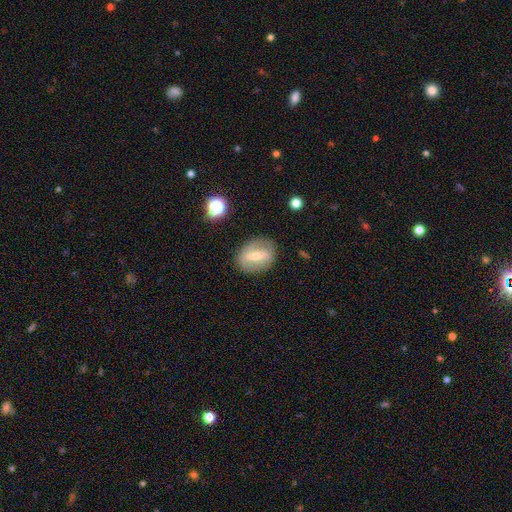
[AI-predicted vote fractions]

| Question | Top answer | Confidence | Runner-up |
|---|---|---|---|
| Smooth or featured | featured or disk | 58% | smooth (34%) |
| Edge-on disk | no | 91% | yes (9%) |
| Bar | strong | 51% | weak (33%) |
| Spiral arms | yes | 51% | no (49%) |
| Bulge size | small | 50% | moderate (44%) |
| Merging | none | 81% | minor disturbance (13%) |